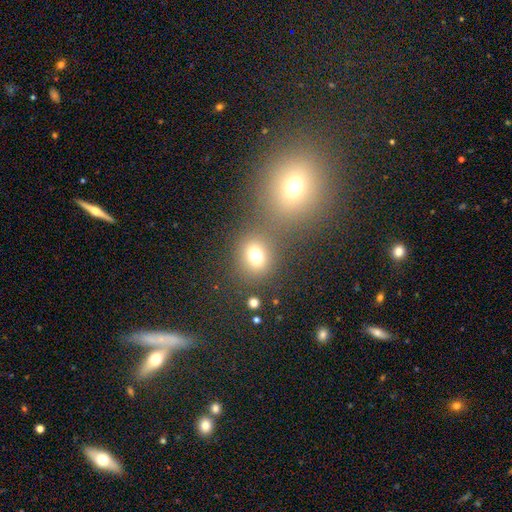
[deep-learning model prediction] Smooth or featured? smooth (74%)
How rounded? round (57%)
Merging? none (65%)